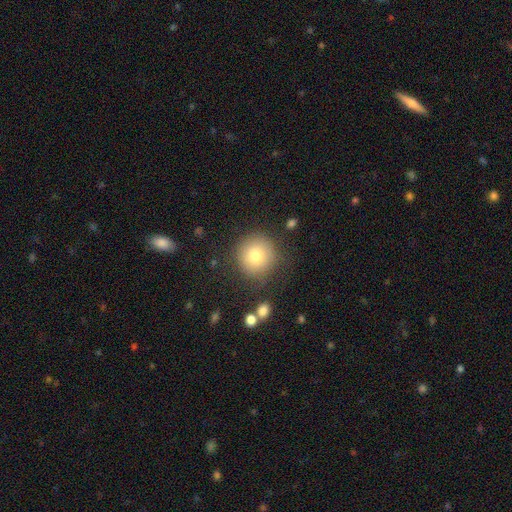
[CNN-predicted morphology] smooth-or-featured: smooth: 77% | star or artifact: 12% | featured or disk: 11%
  how-rounded: round: 94% | in between: 5% | cigar-shaped: 1%
  merging: none: 85% | minor disturbance: 9% | major disturbance: 3% | merger: 2%